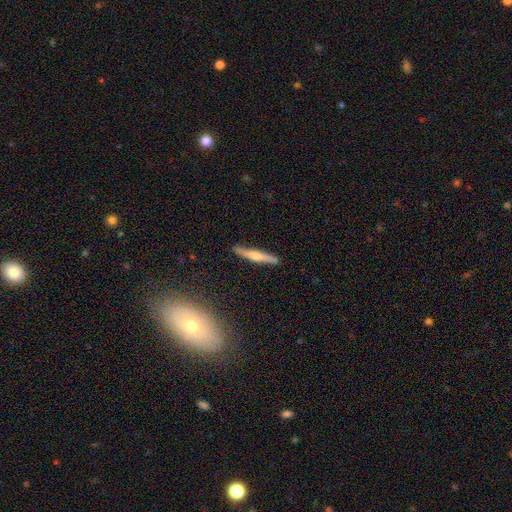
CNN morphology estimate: This is likely a featured or disk galaxy (65%). It is clearly viewed edge-on (94%). Edge-on bulge: clearly rounded (89%). Merging: clearly none (88%).